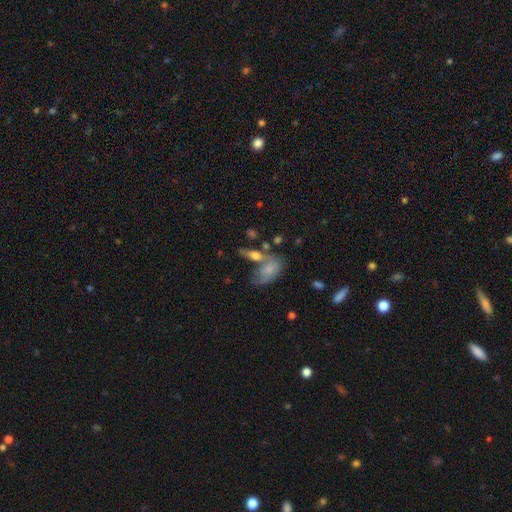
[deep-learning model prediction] A smooth galaxy with no disk features (55%) that is in between round and cigar-shaped (65%). Merging: none (42%).